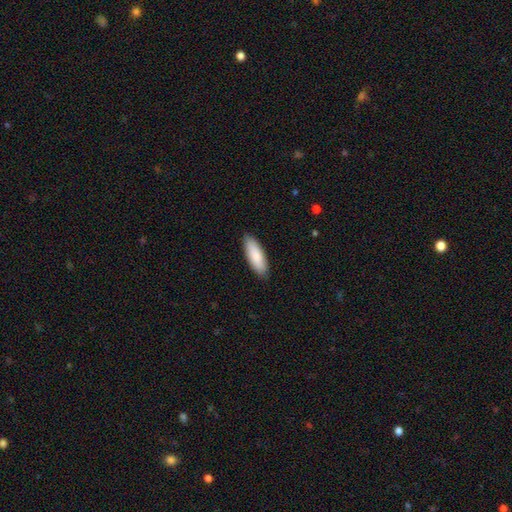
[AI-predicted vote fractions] A smooth galaxy with no disk features (87%) that is in between round and cigar-shaped (62%).

Vote fractions:
- Smooth or featured? smooth: 87% / featured or disk: 8% / star or artifact: 5%
- How rounded? in between: 62% / cigar-shaped: 36% / round: 1%
- Merging? none: 88% / minor disturbance: 9% / major disturbance: 2% / merger: 1%